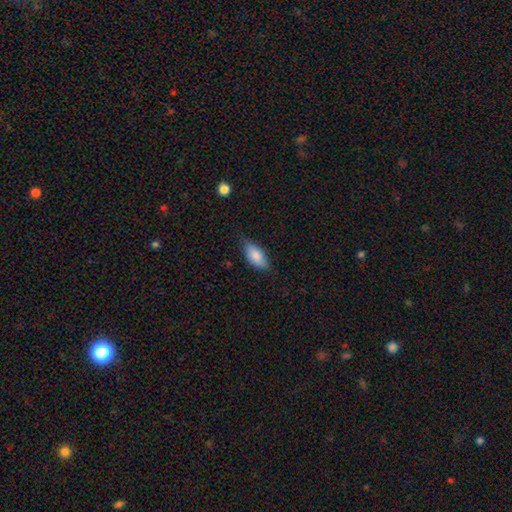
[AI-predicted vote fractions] This appears to be a smooth galaxy with no disk features (84%) that is in between round and cigar-shaped (89%). Merging: none (68%).